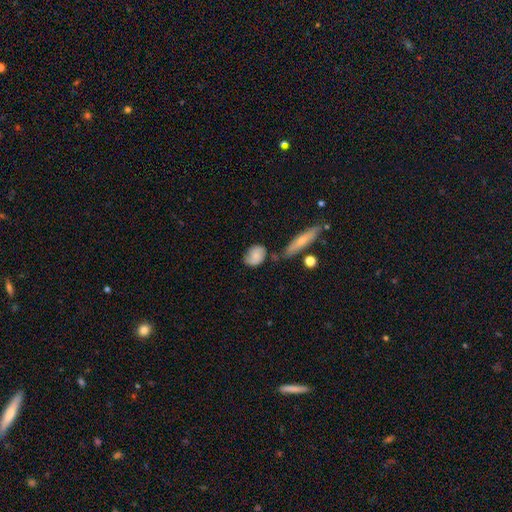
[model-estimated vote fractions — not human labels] A smooth galaxy with no disk features (65%) that is in between round and cigar-shaped (58%).

Vote fractions:
- Smooth or featured? smooth: 65% / featured or disk: 28% / star or artifact: 7%
- How rounded? in between: 58% / round: 38% / cigar-shaped: 3%
- Merging? none: 61% / minor disturbance: 25% / merger: 8% / major disturbance: 6%